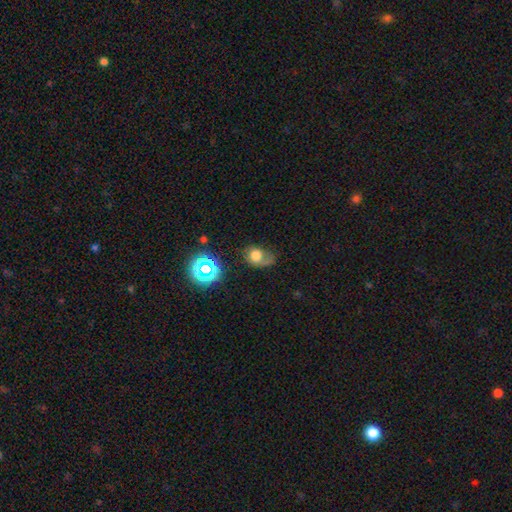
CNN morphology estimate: This is likely a smooth galaxy (62%). How rounded: possibly round (52%). Merging: marginally none (36%).